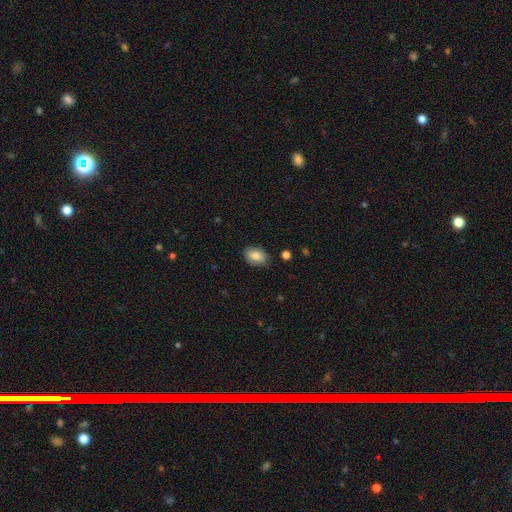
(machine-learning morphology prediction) A smooth galaxy with no disk features (84%) that is in between round and cigar-shaped (87%). Merging: none (82%).